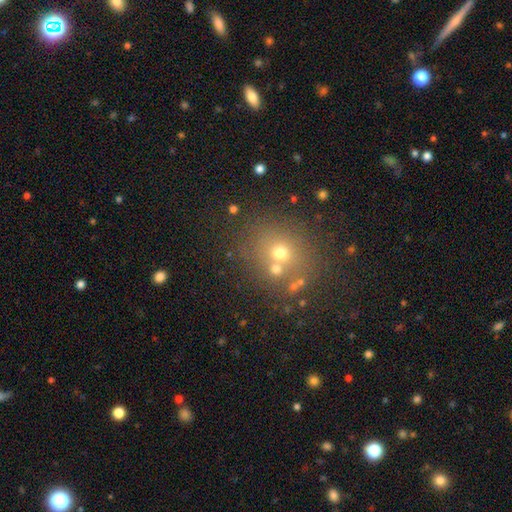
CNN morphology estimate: Smooth or featured: smooth — 51% (star or artifact — 37%)
How rounded: round — 82% (in between — 16%)
Merging: none — 71% (merger — 15%)